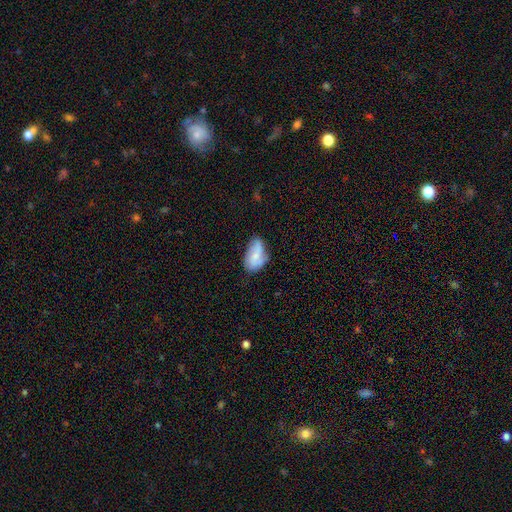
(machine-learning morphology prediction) The model was most divided on "merging": none: 48%, minor disturbance: 36%, major disturbance: 12%, merger: 4%. More confident: how rounded — in between (91%); smooth or featured — smooth (56%).